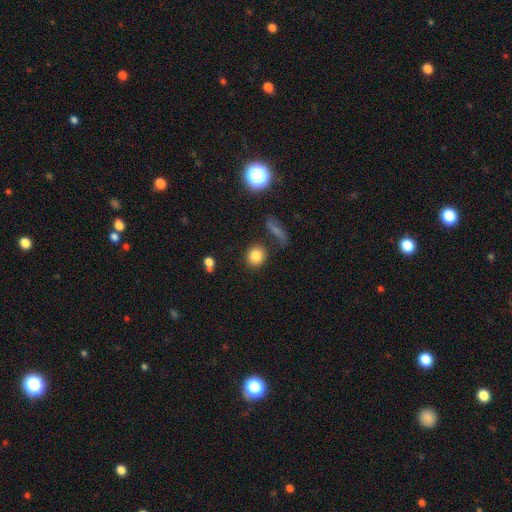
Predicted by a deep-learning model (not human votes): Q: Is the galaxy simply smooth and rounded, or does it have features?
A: smooth — 83%.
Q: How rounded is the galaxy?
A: round — 82%.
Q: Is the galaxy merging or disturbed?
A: none — 79%.